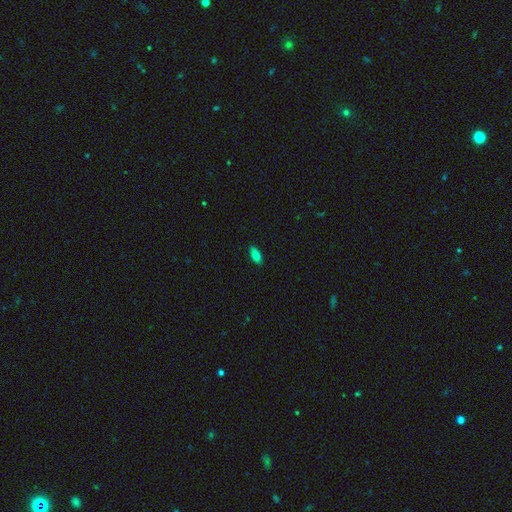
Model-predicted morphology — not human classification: smooth-or-featured: smooth: 79% | featured or disk: 12% | star or artifact: 9%
  how-rounded: in between: 85% | cigar-shaped: 11% | round: 3%
  merging: none: 86% | minor disturbance: 11% | major disturbance: 2% | merger: 1%